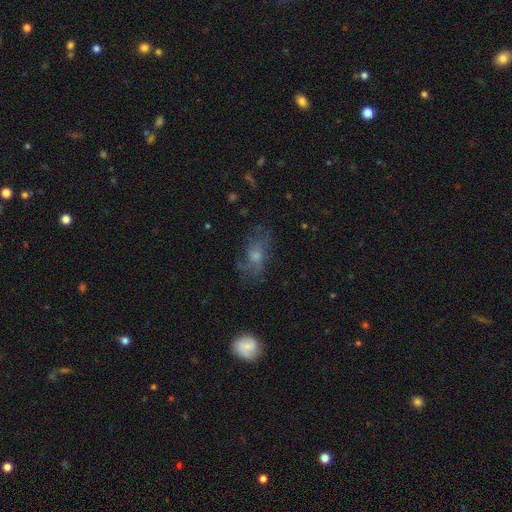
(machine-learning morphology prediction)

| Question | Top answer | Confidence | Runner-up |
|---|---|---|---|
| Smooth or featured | featured or disk | 43% | smooth (41%) |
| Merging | none | 60% | minor disturbance (22%) |